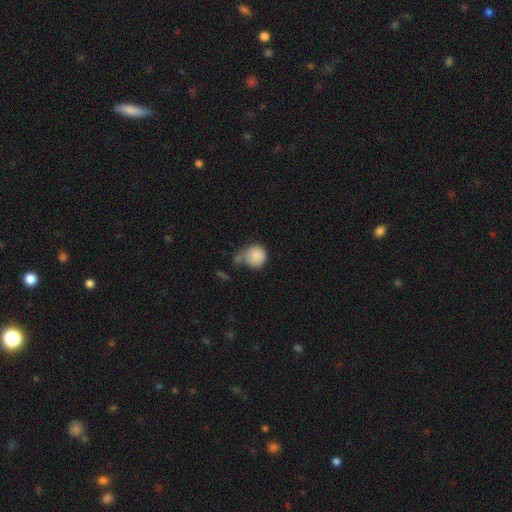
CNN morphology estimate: Smooth or featured? smooth (86%)
How rounded? round (86%)
Merging? none (39%)